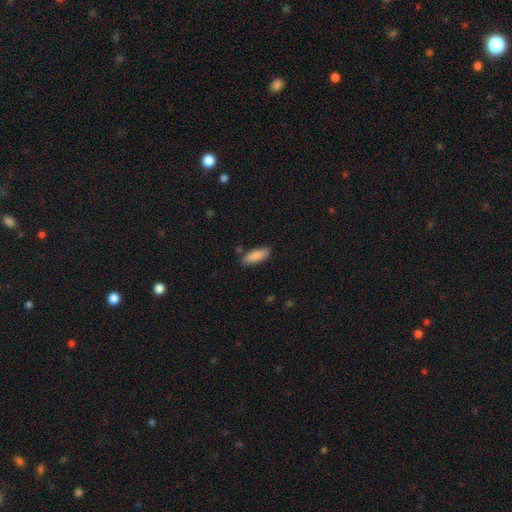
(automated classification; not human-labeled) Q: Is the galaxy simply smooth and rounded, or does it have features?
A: smooth — 86%.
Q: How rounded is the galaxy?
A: in between — 62%.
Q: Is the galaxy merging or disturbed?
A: none — 84%.